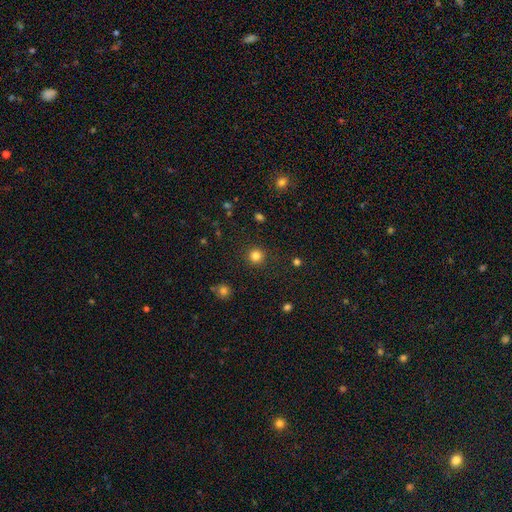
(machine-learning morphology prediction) Overall: smooth (82%). How rounded: round (95%). Merging: none (91%).